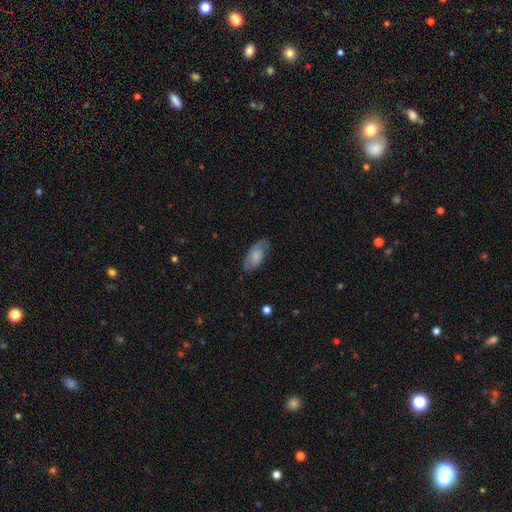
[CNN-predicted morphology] type=smooth (68%); roundness=in between (92%); merging=none (68%).